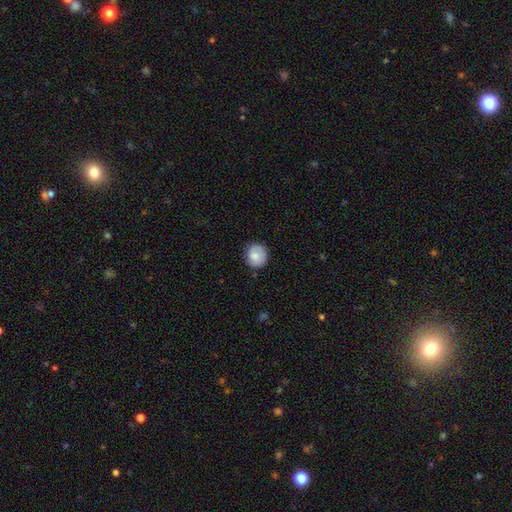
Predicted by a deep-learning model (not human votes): Smooth or featured? Predicted: smooth (p=0.78). How rounded? Predicted: round (p=0.86). Merging? Predicted: none (p=0.80).